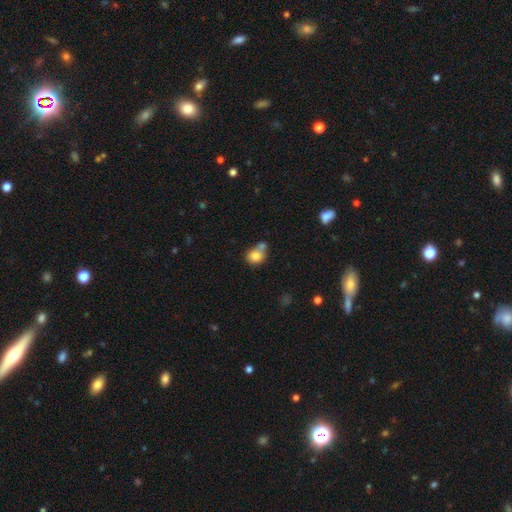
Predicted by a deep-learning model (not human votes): smooth 79%, featured or disk 11%, star or artifact 10%. Down the decision tree: how rounded — round (68%); merging — none (43%).